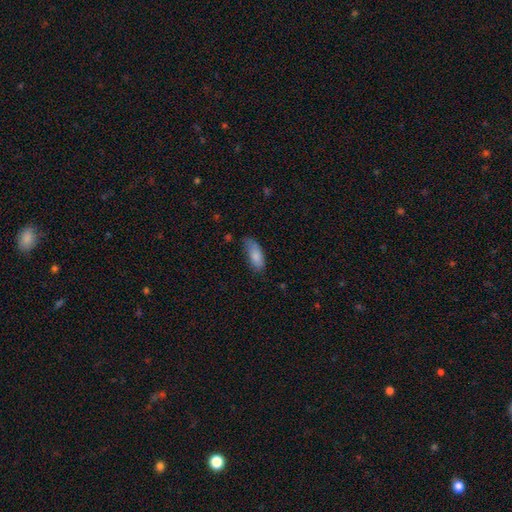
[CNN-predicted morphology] This appears to be a smooth galaxy with no disk features (84%) that is in between round and cigar-shaped (81%). Merging: none (56%).